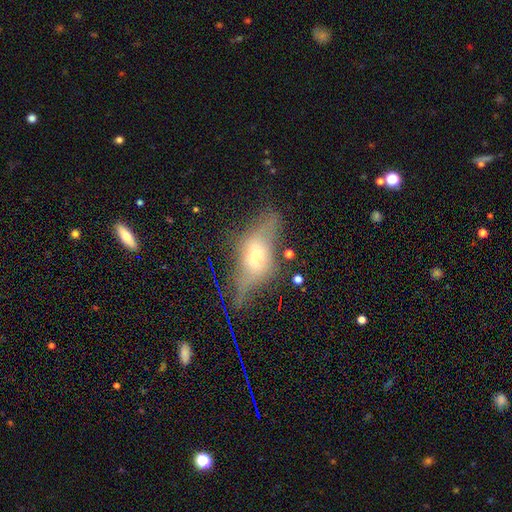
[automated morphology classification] Smooth or featured?
  - featured or disk: 54% *
  - smooth: 33%
  - star or artifact: 13%
Edge-on disk?
  - yes: 58% *
  - no: 42%
Merging?
  - none: 41% *
  - major disturbance: 29%
  - minor disturbance: 25%
  - merger: 5%